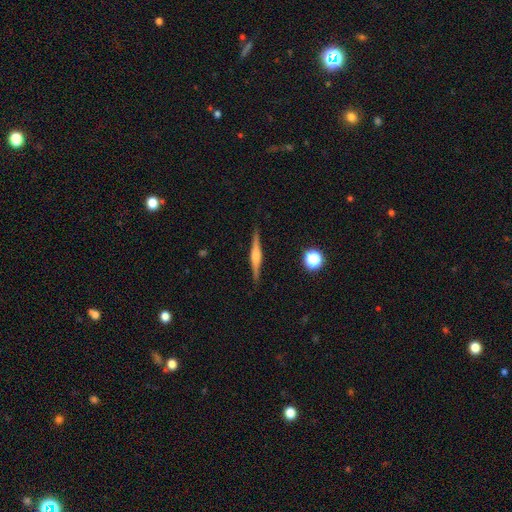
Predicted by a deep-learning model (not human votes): This is likely a featured or disk galaxy (74%). It is clearly viewed edge-on (98%). Edge-on bulge: likely rounded (69%). Merging: clearly none (90%).